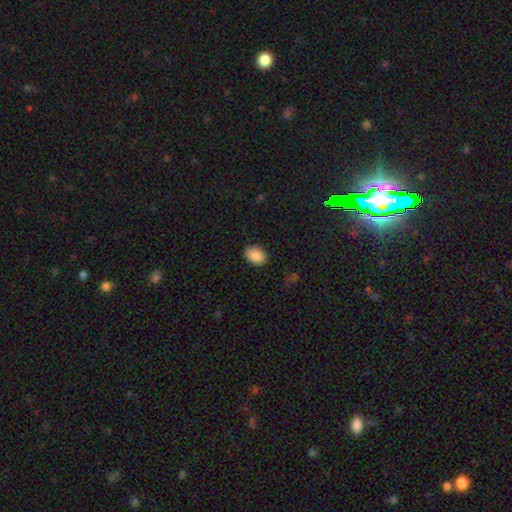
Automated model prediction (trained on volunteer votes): smooth 88%, star or artifact 8%, featured or disk 4%. Down the decision tree: how rounded — in between (75%); merging — none (85%).